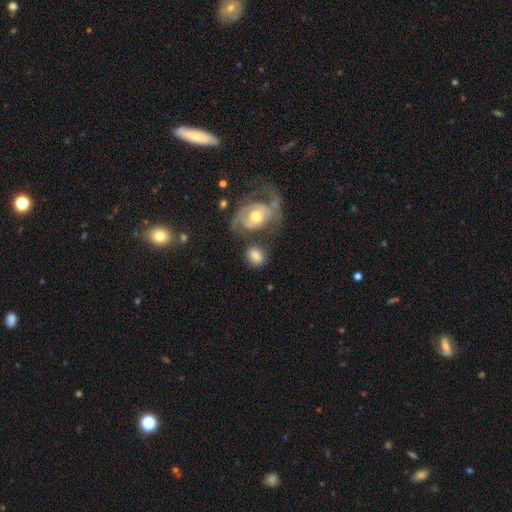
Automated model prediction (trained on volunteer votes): A smooth galaxy with no disk features (67%) that is in between round and cigar-shaped (58%).

Vote fractions:
- Smooth or featured? smooth: 67% / featured or disk: 26% / star or artifact: 7%
- How rounded? in between: 58% / round: 41% / cigar-shaped: 1%
- Merging? none: 53% / merger: 22% / minor disturbance: 16% / major disturbance: 9%